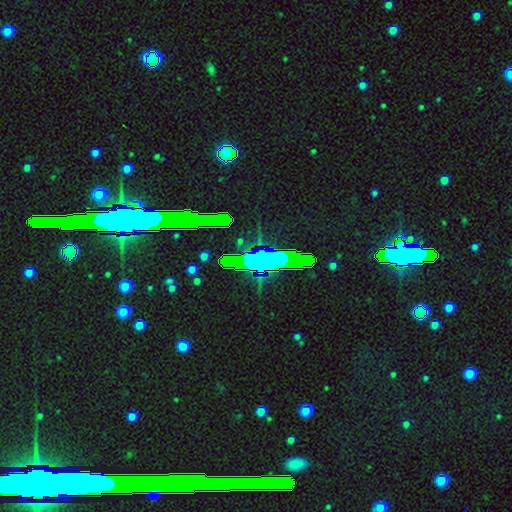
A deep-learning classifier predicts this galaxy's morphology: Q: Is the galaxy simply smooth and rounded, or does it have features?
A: star or artifact — 75%.